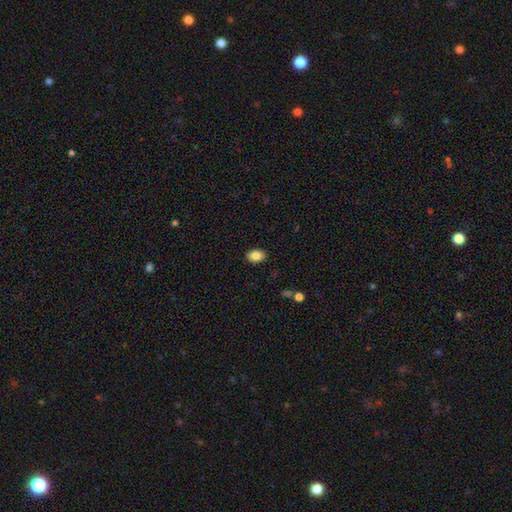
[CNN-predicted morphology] Smooth or featured? smooth (85%)
How rounded? in between (81%)
Merging? none (88%)